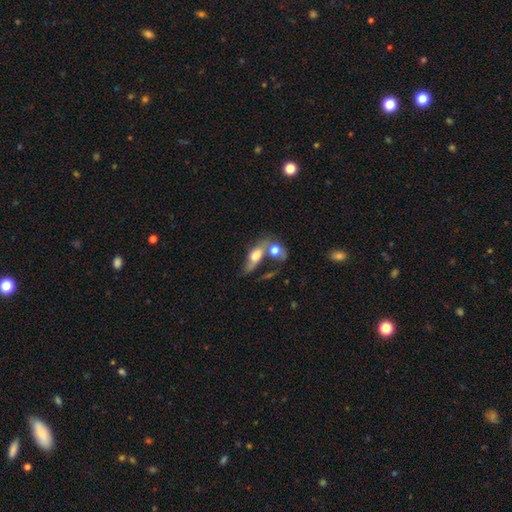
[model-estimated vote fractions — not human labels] A smooth galaxy with no disk features (61%) that is in between round and cigar-shaped (72%). Merging: merger (48%).